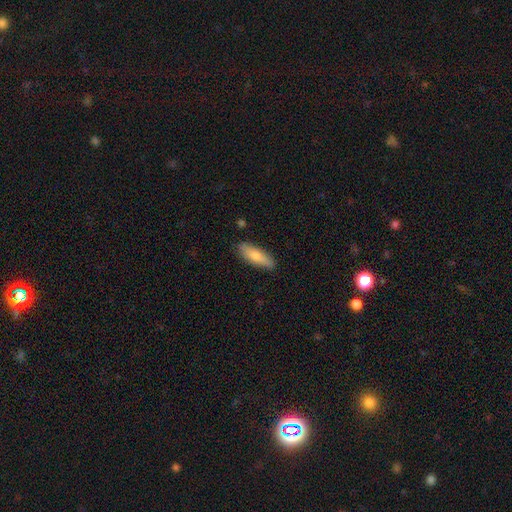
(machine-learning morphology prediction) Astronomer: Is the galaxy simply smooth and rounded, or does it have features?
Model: smooth — 77%.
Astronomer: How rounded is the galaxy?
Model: in between — 53% (runner-up: cigar-shaped, 45%).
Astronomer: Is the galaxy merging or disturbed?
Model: none — 83%.